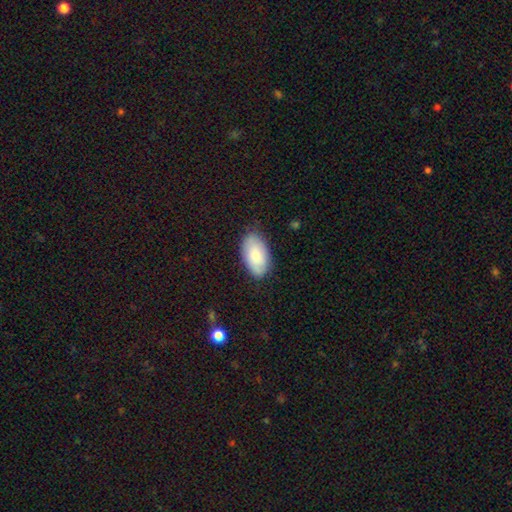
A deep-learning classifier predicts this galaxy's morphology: Smooth or featured: smooth — 76% (featured or disk — 18%)
How rounded: in between — 95% (round — 3%)
Merging: none — 81% (minor disturbance — 15%)